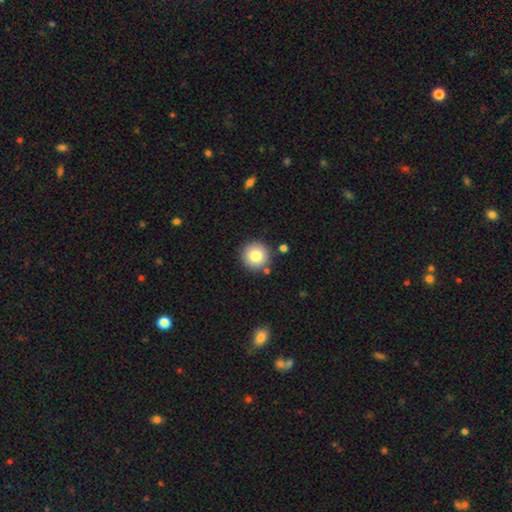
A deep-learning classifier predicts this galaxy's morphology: This is clearly a smooth galaxy (81%). How rounded: clearly round (95%). Merging: clearly none (86%).